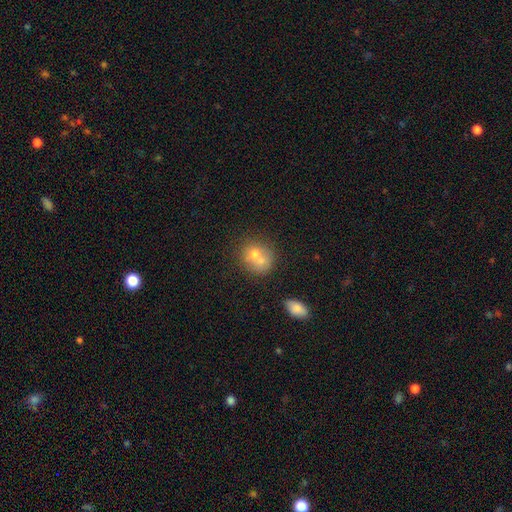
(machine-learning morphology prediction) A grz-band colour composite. It shows a smooth galaxy with no disk features (67%) that is round (76%). Merging: merger (50%).